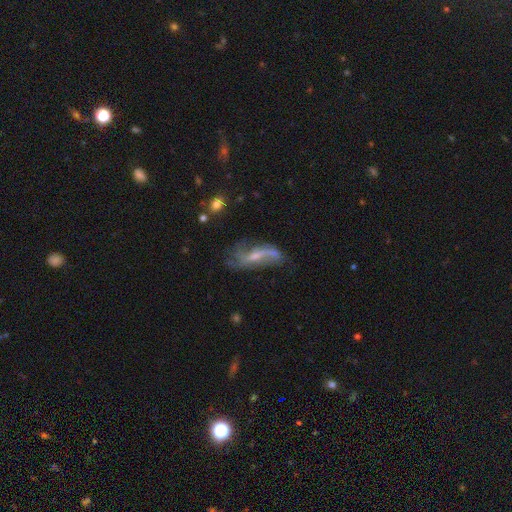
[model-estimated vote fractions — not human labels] This appears to be a featured or disk galaxy (75%) with a weak bar (40%), 2 (70%) loose (82%) spiral arms (81%) and a small central bulge (58%). Merging: none (47%).